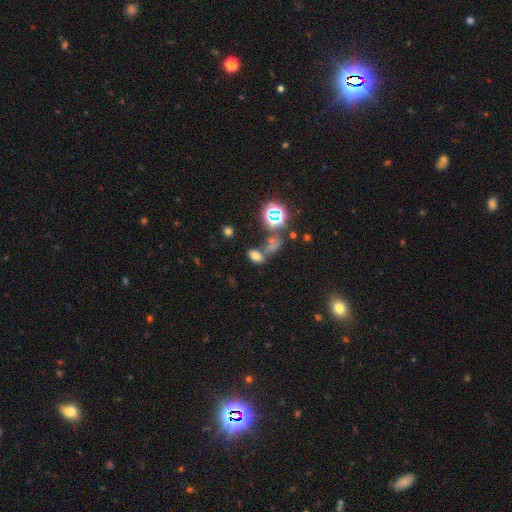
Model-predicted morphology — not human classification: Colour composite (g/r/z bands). It shows a smooth galaxy with no disk features (62%) that is in between round and cigar-shaped (85%). Merging: none (54%).